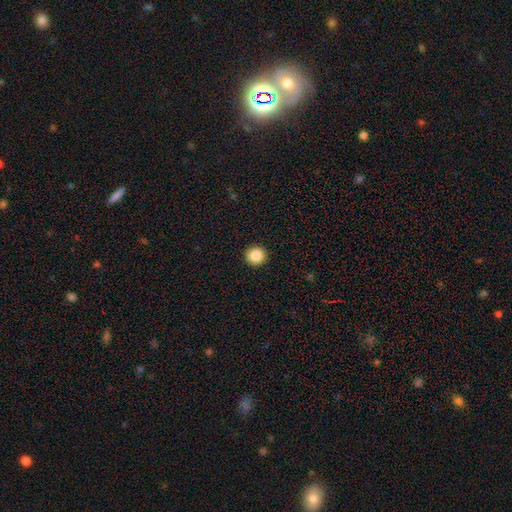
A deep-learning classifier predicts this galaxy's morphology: This appears to be a smooth galaxy with no disk features (86%) that is round (94%). Merging: none (94%).